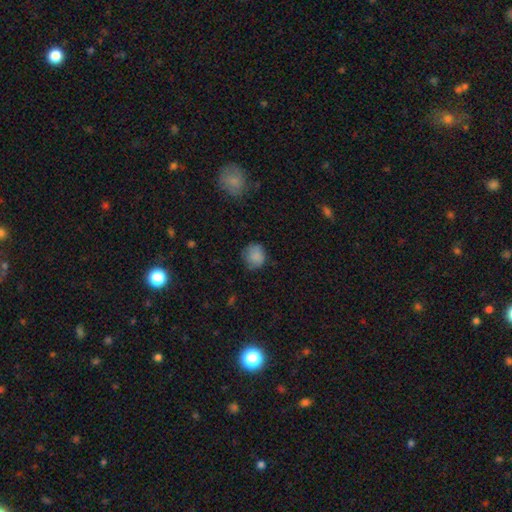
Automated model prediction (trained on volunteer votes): Overall: smooth (83%). How rounded: round (78%). Merging: none (70%).